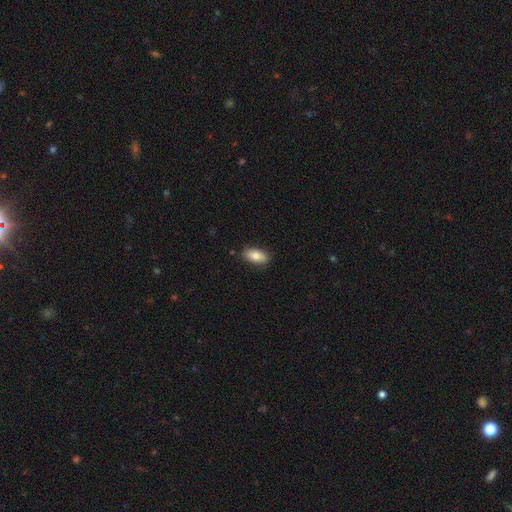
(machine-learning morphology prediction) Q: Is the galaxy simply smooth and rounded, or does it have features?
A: smooth — 82%.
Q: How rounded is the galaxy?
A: in between — 91%.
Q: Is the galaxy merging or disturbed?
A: none — 86%.